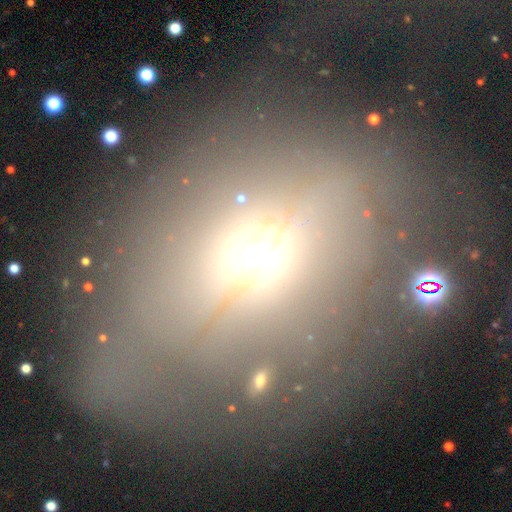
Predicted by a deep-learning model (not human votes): Q: Smooth or featured?
A: smooth (41%); runner-up: featured or disk (34%)
Q: Merging?
A: none (57%); runner-up: minor disturbance (18%)